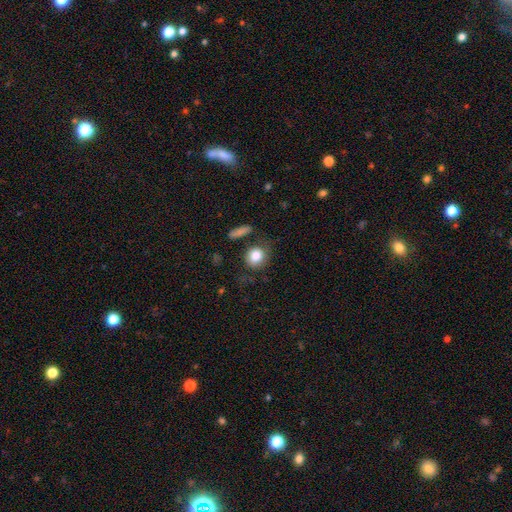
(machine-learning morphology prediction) Smooth or featured? Predicted: smooth (p=0.84). How rounded? Predicted: round (p=0.70). Merging? Predicted: none (p=0.66).